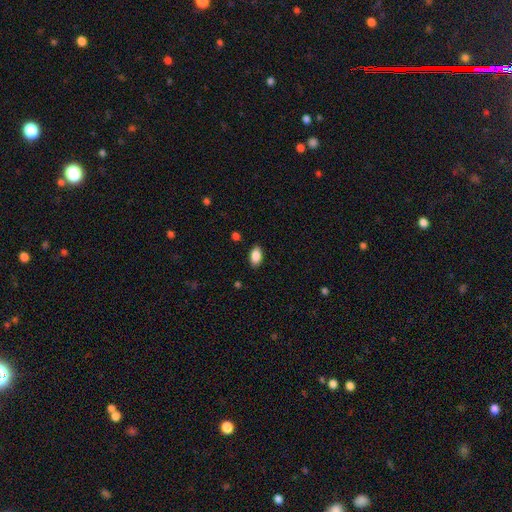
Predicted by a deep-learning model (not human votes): Q: Smooth or featured?
A: smooth (88%); runner-up: star or artifact (7%)
Q: How rounded?
A: in between (92%); runner-up: round (6%)
Q: Merging?
A: none (87%); runner-up: minor disturbance (9%)